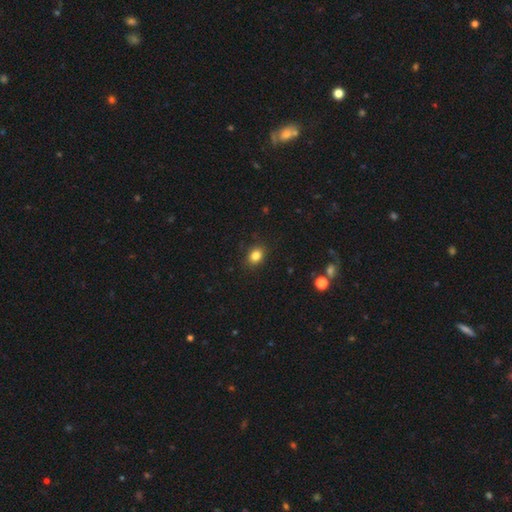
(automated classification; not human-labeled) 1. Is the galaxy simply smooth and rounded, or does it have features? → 84% smooth, 11% star or artifact, 5% featured or disk.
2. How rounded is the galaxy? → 52% in between, 47% round, 1% cigar-shaped.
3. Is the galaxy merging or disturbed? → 87% none, 9% minor disturbance, 2% major disturbance, 1% merger.